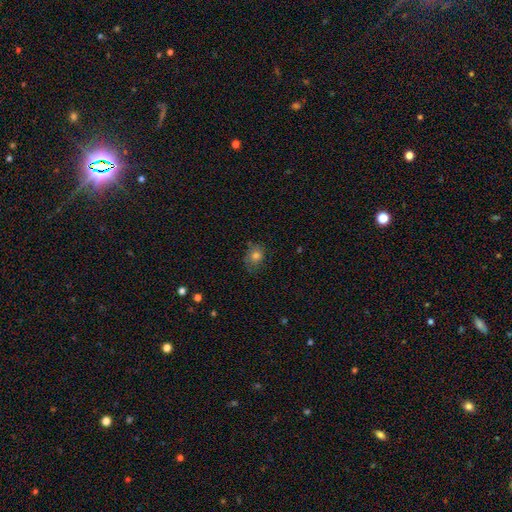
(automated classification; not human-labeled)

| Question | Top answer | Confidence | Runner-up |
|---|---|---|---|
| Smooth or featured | smooth | 77% | star or artifact (12%) |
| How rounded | round | 51% | in between (48%) |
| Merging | none | 65% | minor disturbance (25%) |